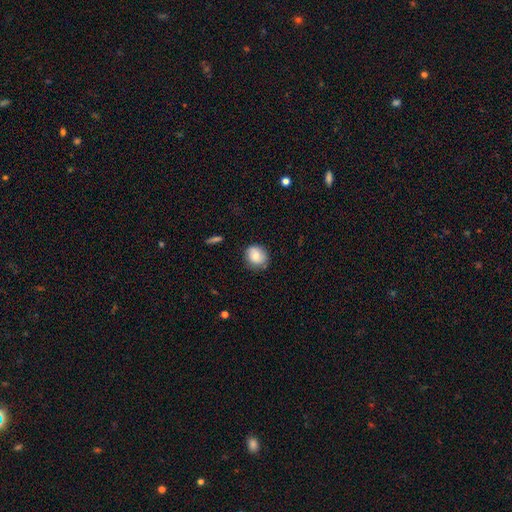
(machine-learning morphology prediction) smooth-or-featured: smooth: 77% | featured or disk: 15% | star or artifact: 8%
  how-rounded: round: 71% | in between: 28% | cigar-shaped: 1%
  merging: none: 76% | minor disturbance: 18% | major disturbance: 4% | merger: 2%